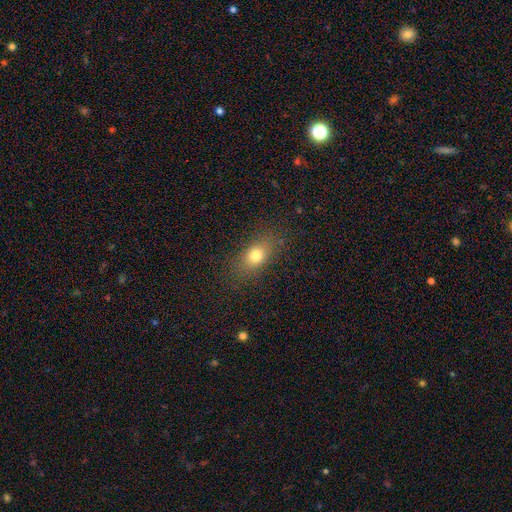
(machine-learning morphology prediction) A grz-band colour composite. It shows a smooth galaxy with no disk features (77%) that is in between round and cigar-shaped (69%). Merging: none (82%).